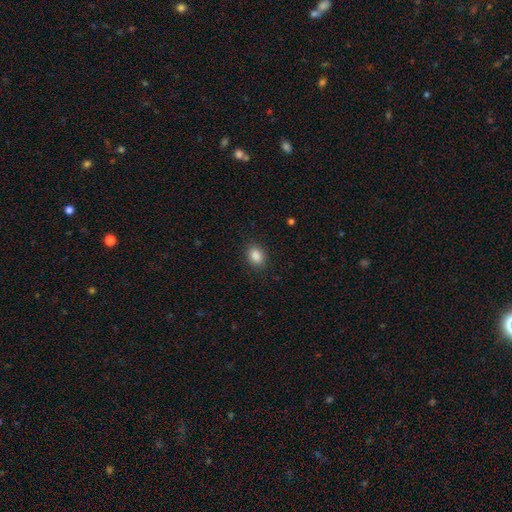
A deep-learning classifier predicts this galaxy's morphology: This appears to be a smooth galaxy with no disk features (87%) that is in between round and cigar-shaped (68%). Merging: none (88%).